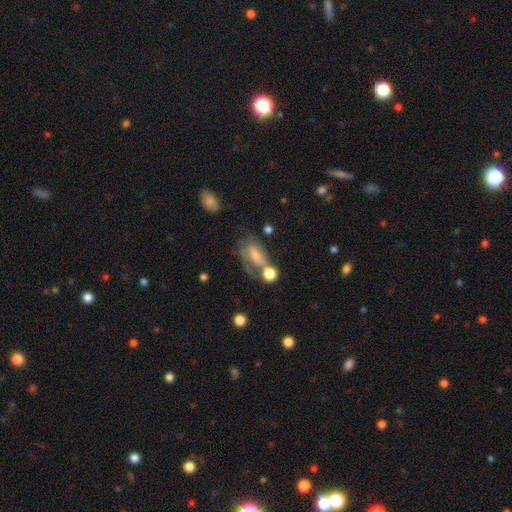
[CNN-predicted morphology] smooth_or_featured: featured or disk (p=0.47) [alt: smooth p=0.44]
merging: merger (p=0.28) [tied with: major disturbance p=0.28]